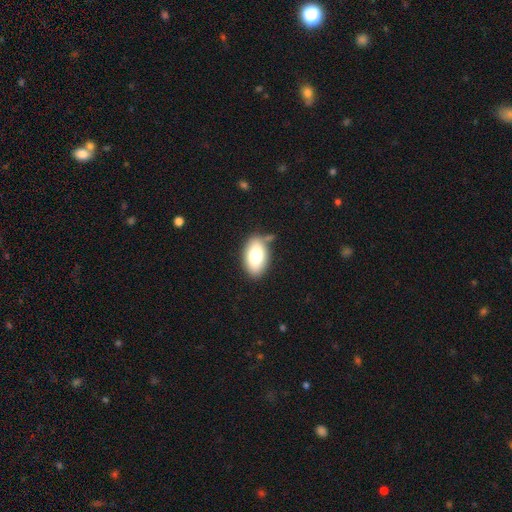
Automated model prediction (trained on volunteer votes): Smooth or featured? smooth (77%)
How rounded? in between (93%)
Merging? none (77%)